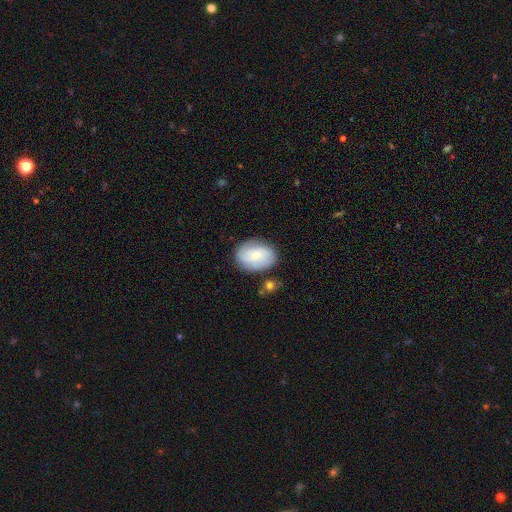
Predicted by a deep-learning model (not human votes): Morphology: type=smooth (55%); roundness=in between (72%); merging=none (74%).